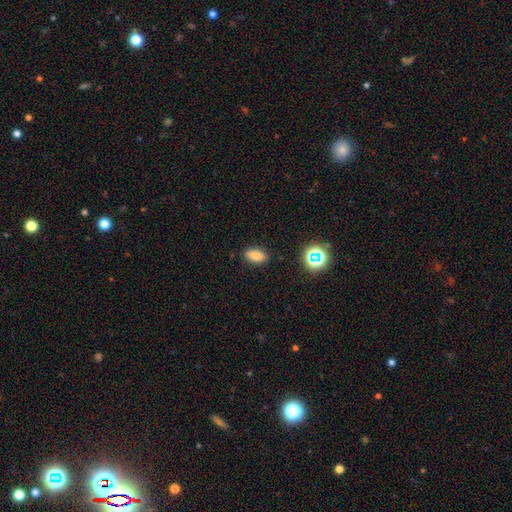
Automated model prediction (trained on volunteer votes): A smooth galaxy with no disk features (80%) that is in between round and cigar-shaped (83%). Merging: none (87%).